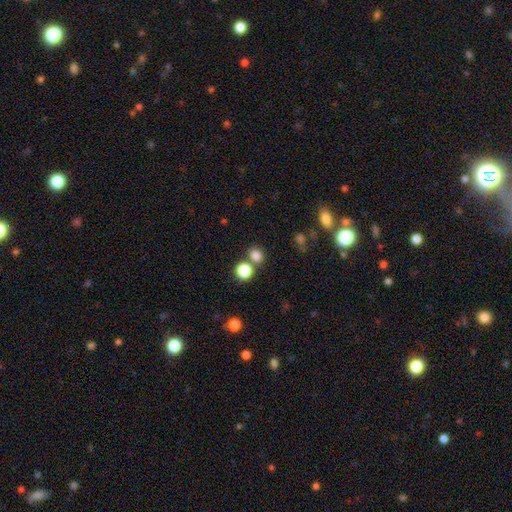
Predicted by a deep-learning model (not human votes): Smooth or featured?
  - smooth: 79% *
  - star or artifact: 15%
  - featured or disk: 5%
How rounded?
  - round: 78% *
  - in between: 21%
  - cigar-shaped: 1%
Merging?
  - none: 67% *
  - merger: 22%
  - minor disturbance: 8%
  - major disturbance: 3%